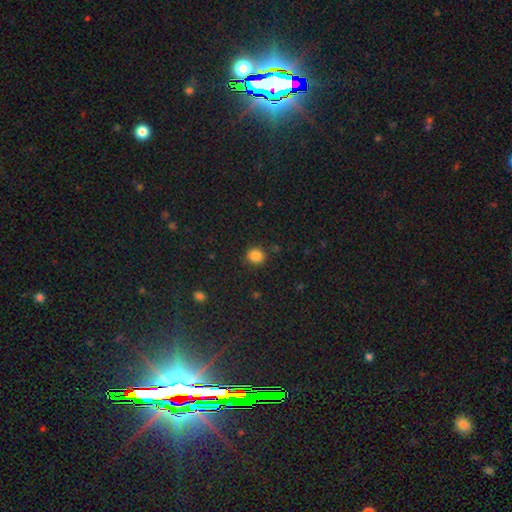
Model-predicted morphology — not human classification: This is clearly a smooth galaxy (84%). How rounded: clearly round (86%). Merging: clearly none (87%).